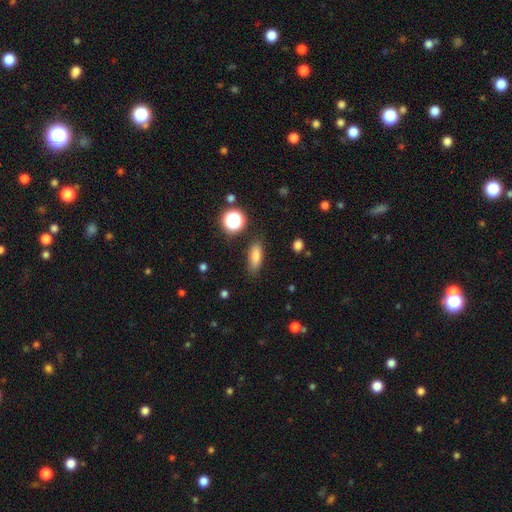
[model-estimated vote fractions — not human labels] Overall: smooth (81%). How rounded: in between (62%; cigar-shaped 31%). Merging: none (84%).